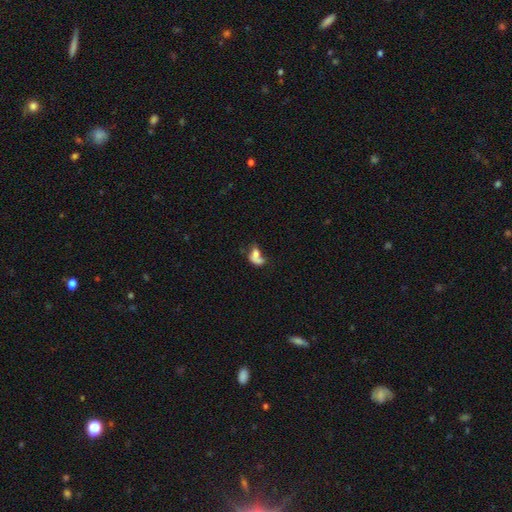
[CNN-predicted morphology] This is possibly a smooth galaxy (58%). How rounded: likely in between (78%). Merging: marginally merger (40%).